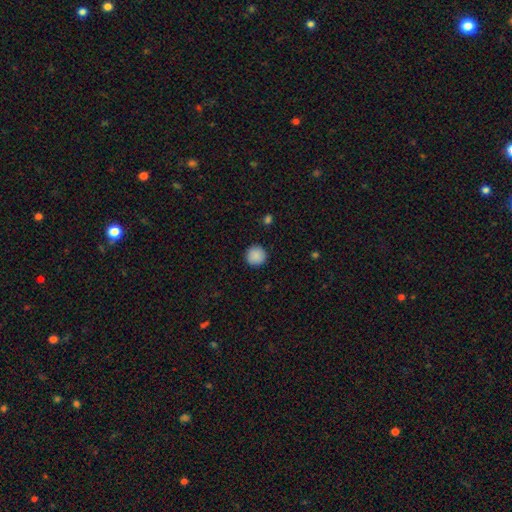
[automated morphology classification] type=smooth (89%); roundness=round (95%); merging=none (92%).